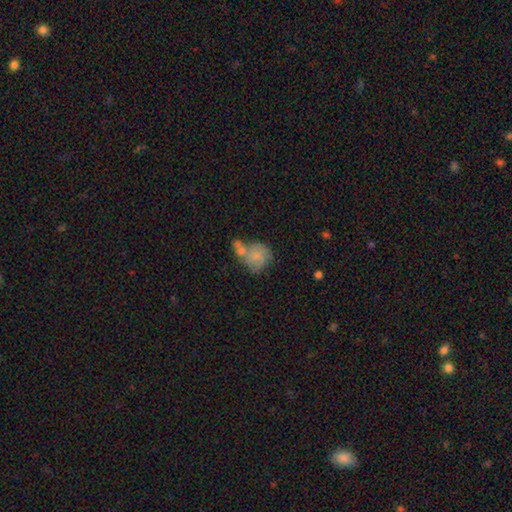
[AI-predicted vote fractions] This is likely a smooth galaxy (64%). How rounded: likely round (70%). Merging: possibly merger (47%).